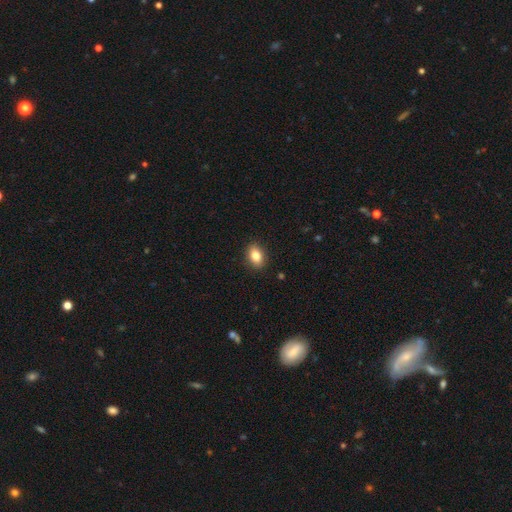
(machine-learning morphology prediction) The model was most divided on "how rounded": in between: 81%, round: 16%, cigar-shaped: 2%. More confident: merging — none (89%); smooth or featured — smooth (83%).